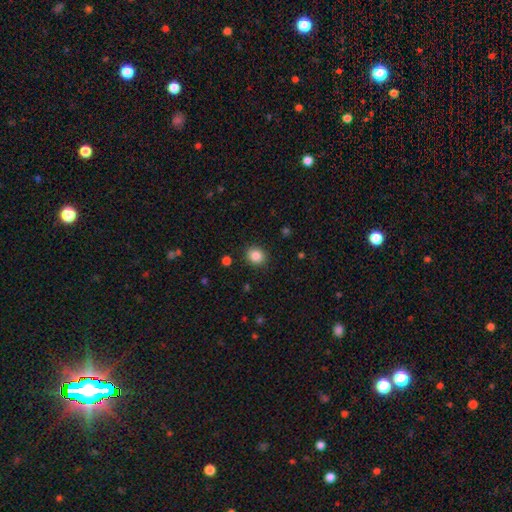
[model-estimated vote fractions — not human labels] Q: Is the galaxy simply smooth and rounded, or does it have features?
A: smooth — 86%.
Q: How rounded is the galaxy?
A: round — 78%.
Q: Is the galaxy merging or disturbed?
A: none — 89%.